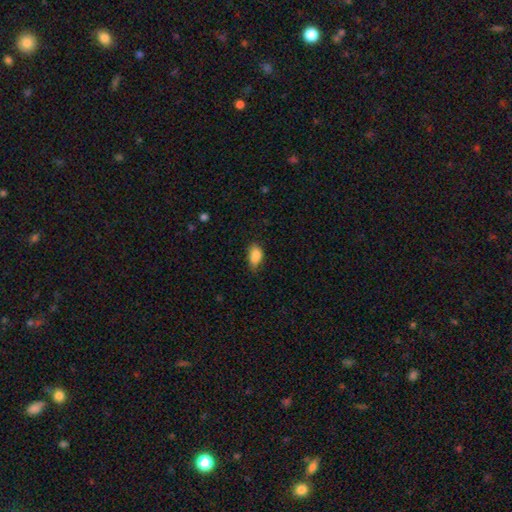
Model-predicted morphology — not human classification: A smooth galaxy with no disk features (85%) that is in between round and cigar-shaped (90%).

Vote fractions:
- Smooth or featured? smooth: 85% / star or artifact: 8% / featured or disk: 7%
- How rounded? in between: 90% / round: 6% / cigar-shaped: 4%
- Merging? none: 51% / minor disturbance: 37% / major disturbance: 9% / merger: 3%